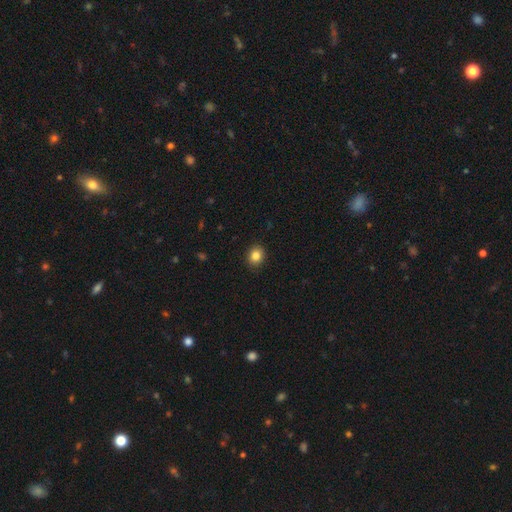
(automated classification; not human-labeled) A smooth galaxy with no disk features (85%) that is round (65%).

Vote fractions:
- Smooth or featured? smooth: 85% / star or artifact: 10% / featured or disk: 5%
- How rounded? round: 65% / in between: 34% / cigar-shaped: 1%
- Merging? none: 91% / minor disturbance: 7% / major disturbance: 2% / merger: 1%